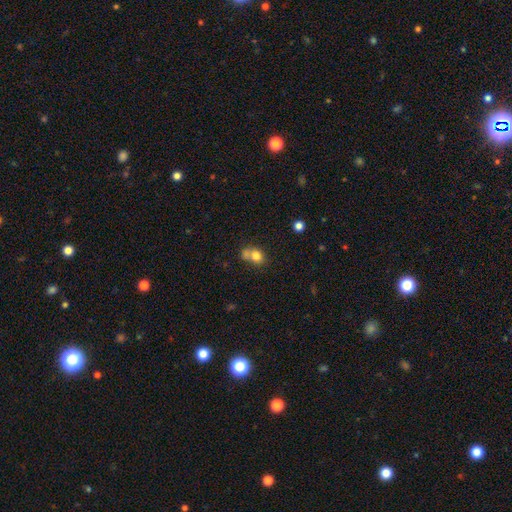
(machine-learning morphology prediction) Smooth or featured?
  - smooth: 77% *
  - featured or disk: 12%
  - star or artifact: 11%
How rounded?
  - round: 53% *
  - in between: 46%
  - cigar-shaped: 1%
Merging?
  - merger: 41% *
  - none: 37%
  - minor disturbance: 15%
  - major disturbance: 8%